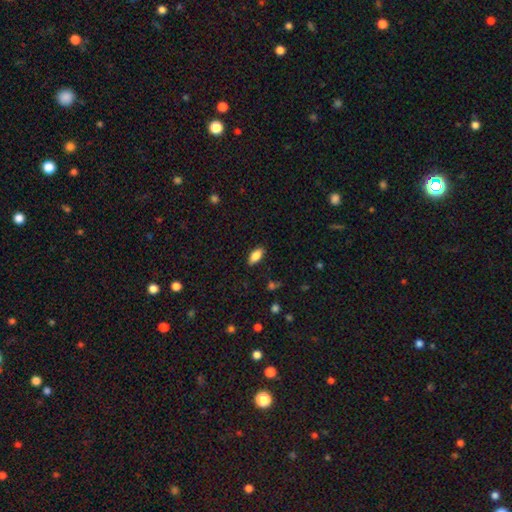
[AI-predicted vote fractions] Smooth or featured? Predicted: smooth (p=0.84). How rounded? Predicted: in between (p=0.88). Merging? Predicted: none (p=0.86).